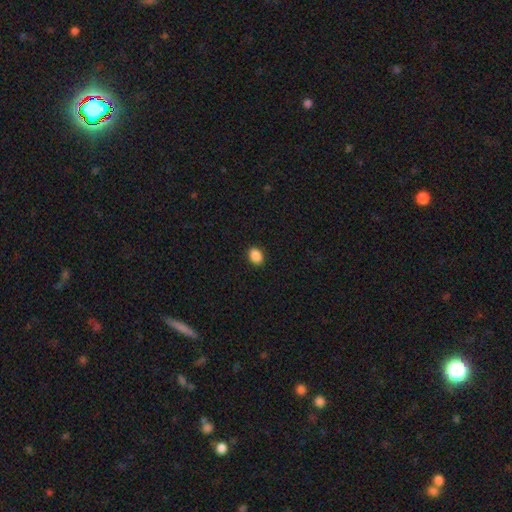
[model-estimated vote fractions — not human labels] Smooth or featured: smooth — 89% (star or artifact — 8%)
How rounded: in between — 74% (round — 25%)
Merging: none — 91% (minor disturbance — 7%)